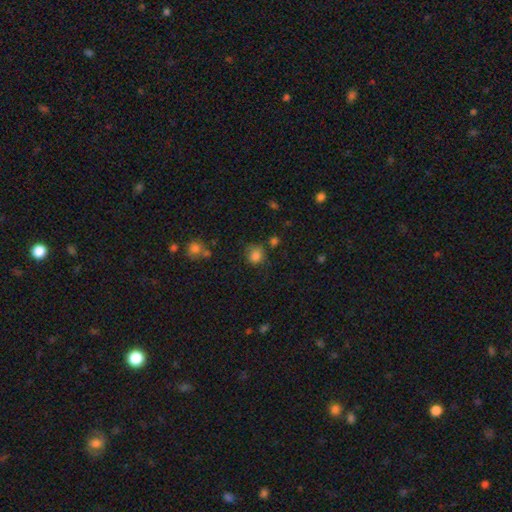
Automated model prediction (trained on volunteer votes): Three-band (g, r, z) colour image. It shows a smooth galaxy with no disk features (82%) that is round (79%). Merging: none (66%).